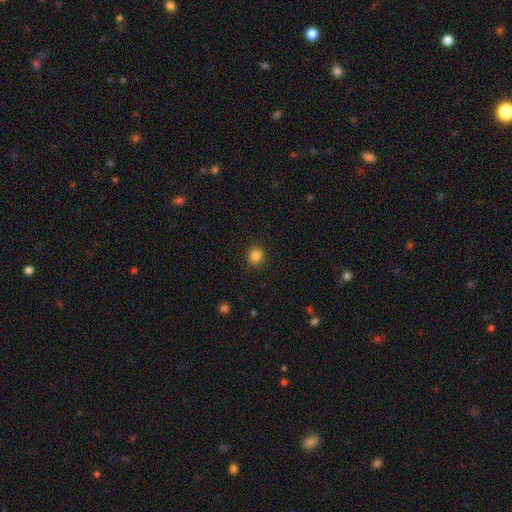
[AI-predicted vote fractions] Smooth or featured? Predicted: smooth (p=0.85). How rounded? Predicted: round (p=0.86). Merging? Predicted: none (p=0.91).